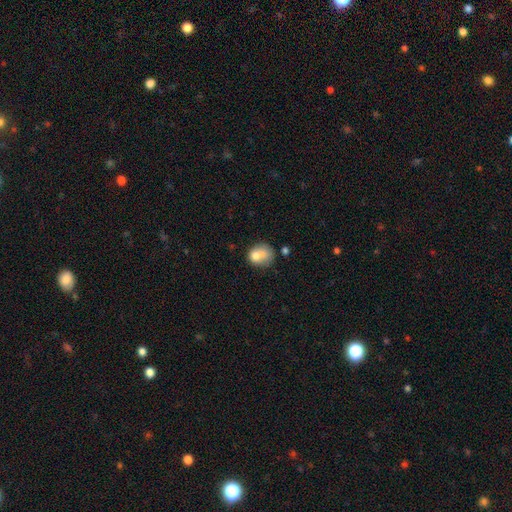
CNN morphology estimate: type=smooth (73%); roundness=round (51%); merging=none (33%).